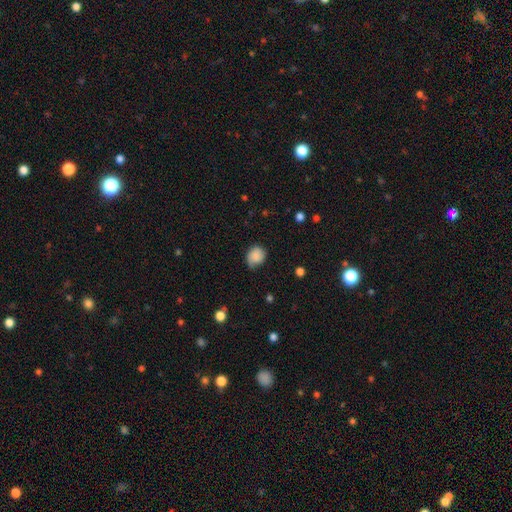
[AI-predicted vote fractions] The model was most divided on "merging": none: 56%, minor disturbance: 34%, major disturbance: 8%, merger: 2%. More confident: smooth or featured — smooth (82%); how rounded — round (63%).